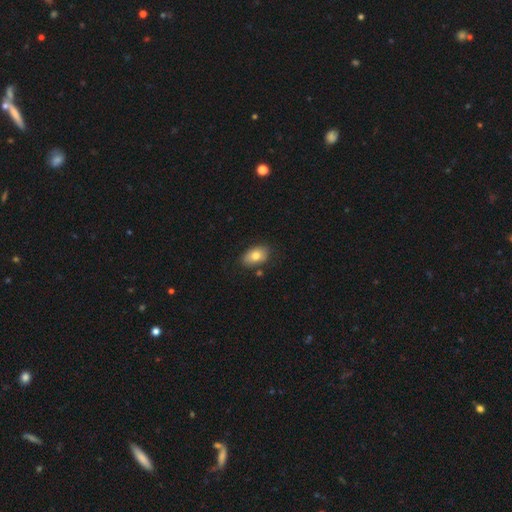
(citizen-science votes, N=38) Q: Smooth or featured?
A: smooth (76%); runner-up: featured or disk (16%)
Q: How rounded?
A: in between (83%); runner-up: round (17%)
Q: Merging?
A: none (80%); runner-up: minor disturbance (17%)